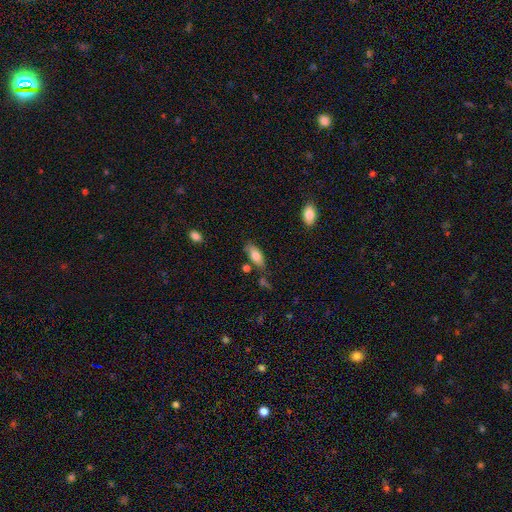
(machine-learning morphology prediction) Smooth or featured: smooth — 77% (featured or disk — 15%)
How rounded: in between — 83% (cigar-shaped — 15%)
Merging: none — 68% (minor disturbance — 19%)